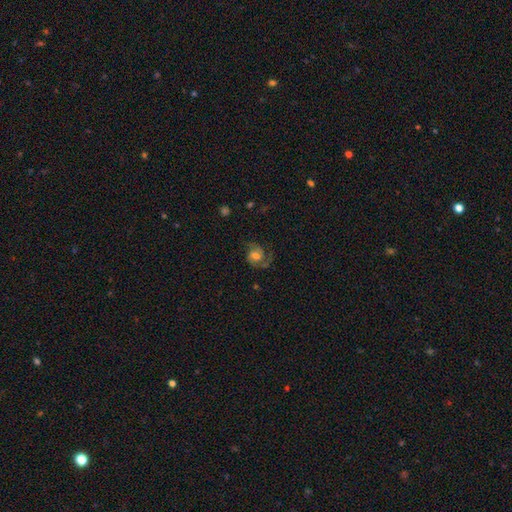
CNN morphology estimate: Smooth or featured? featured or disk (71%)
Edge-on disk? no (98%)
Bar? no (59%)
Spiral arms? yes (94%)
Spiral winding? medium (51%)
Spiral arm count? 2 (81%)
Bulge size? moderate (56%)
Merging? none (64%)